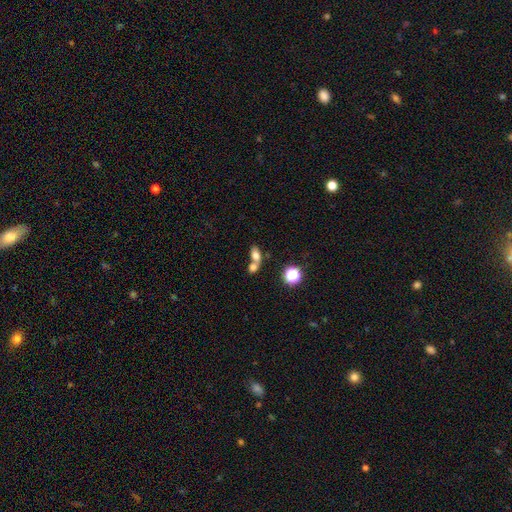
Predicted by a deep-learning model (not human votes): A smooth galaxy with no disk features (74%) that is in between round and cigar-shaped (77%). Merging: merger (58%).